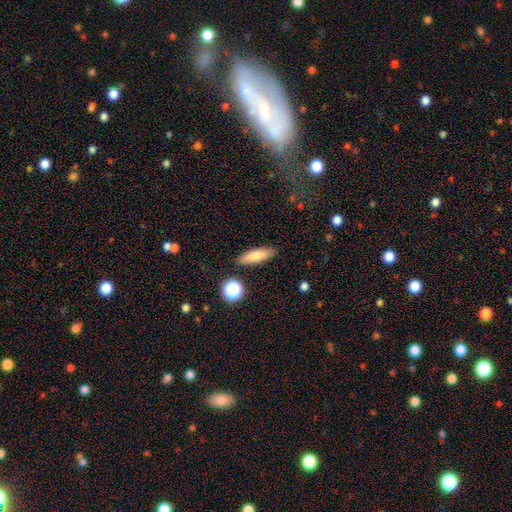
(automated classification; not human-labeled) Smooth or featured?
  - smooth: 77% *
  - featured or disk: 15%
  - star or artifact: 8%
How rounded?
  - cigar-shaped: 53% *
  - in between: 43%
  - round: 4%
Merging?
  - none: 87% *
  - minor disturbance: 9%
  - merger: 2%
  - major disturbance: 2%